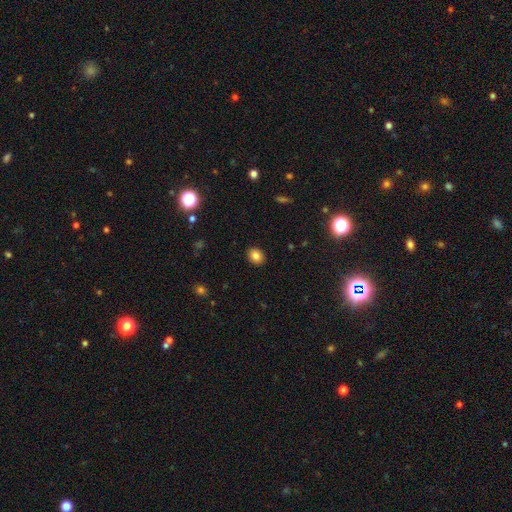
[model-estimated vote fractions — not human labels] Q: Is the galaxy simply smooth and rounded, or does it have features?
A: smooth — 84%.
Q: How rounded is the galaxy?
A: round — 56%.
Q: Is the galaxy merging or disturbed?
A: none — 90%.